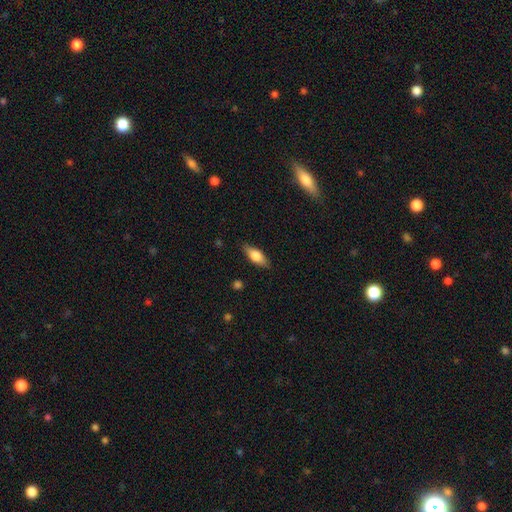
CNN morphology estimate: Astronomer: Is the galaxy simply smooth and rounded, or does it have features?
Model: smooth — 68%.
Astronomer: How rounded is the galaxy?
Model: in between — 74%.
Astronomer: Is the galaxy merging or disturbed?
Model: none — 86%.